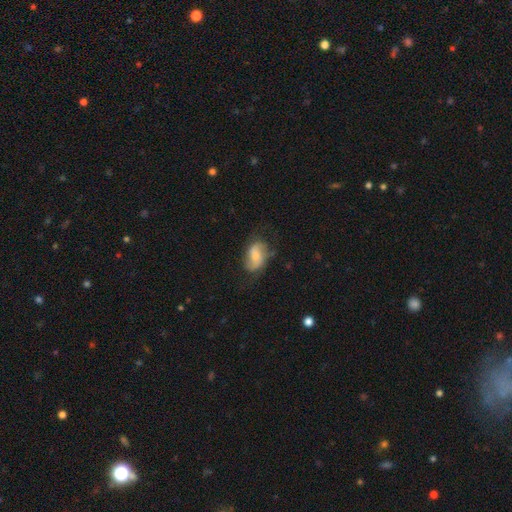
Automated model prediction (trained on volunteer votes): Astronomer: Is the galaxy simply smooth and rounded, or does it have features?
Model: smooth — 54% (runner-up: featured or disk, 38%).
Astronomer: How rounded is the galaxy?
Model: in between — 87%.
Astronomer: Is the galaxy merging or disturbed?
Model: none — 58%.